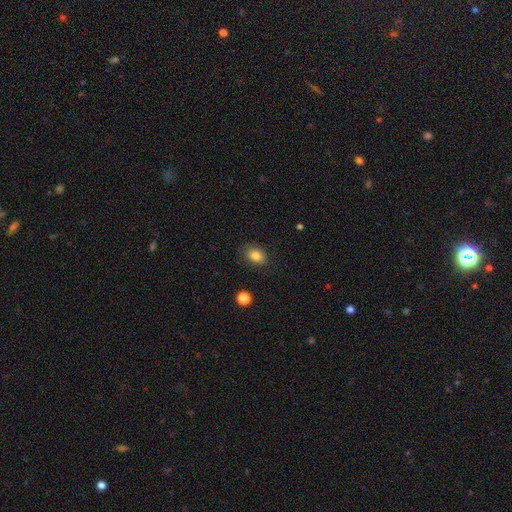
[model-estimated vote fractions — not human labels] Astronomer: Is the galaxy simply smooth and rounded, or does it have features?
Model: smooth — 83%.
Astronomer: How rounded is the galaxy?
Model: in between — 72%.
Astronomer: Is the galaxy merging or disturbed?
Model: none — 85%.